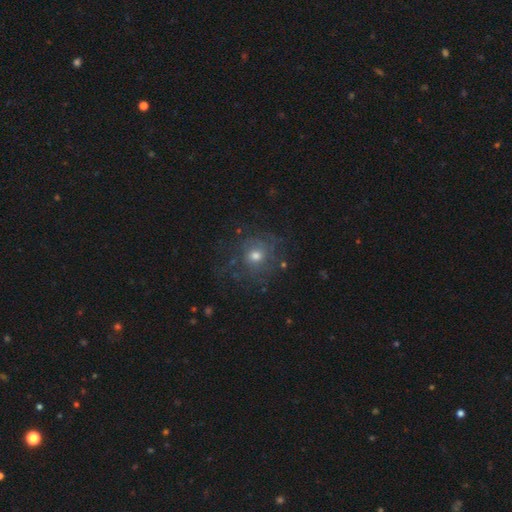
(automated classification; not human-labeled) Overall: smooth (45%; featured or disk 38%). Merging: none (67%).